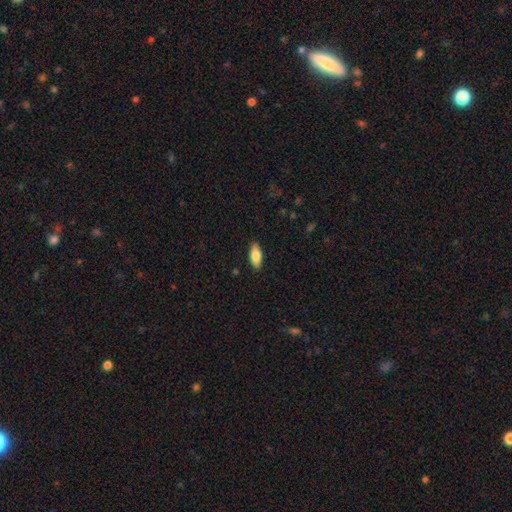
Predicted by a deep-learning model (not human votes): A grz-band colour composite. It shows a smooth galaxy with no disk features (79%) that is in between round and cigar-shaped (81%). Merging: none (89%).